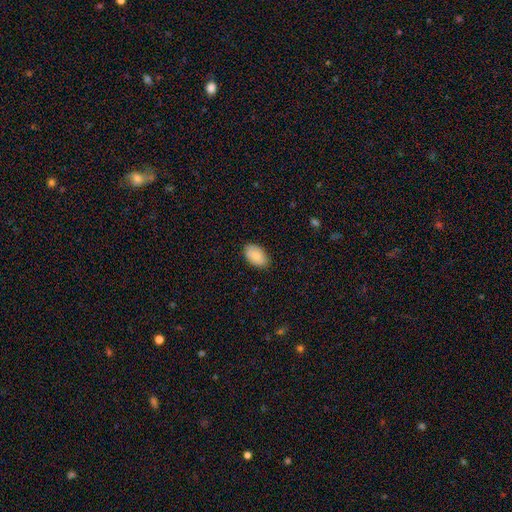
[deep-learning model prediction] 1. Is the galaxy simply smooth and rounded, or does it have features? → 86% smooth, 8% featured or disk, 6% star or artifact.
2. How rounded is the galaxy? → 93% in between, 6% round, 1% cigar-shaped.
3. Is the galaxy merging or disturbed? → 85% none, 12% minor disturbance, 2% major disturbance, 1% merger.